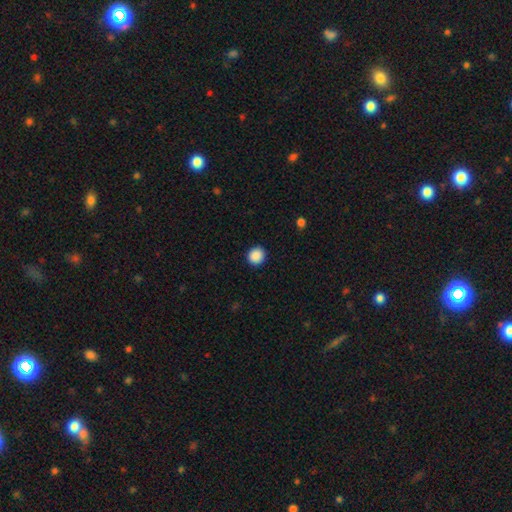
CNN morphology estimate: A smooth galaxy with no disk features (89%) that is round (92%). Merging: none (92%).